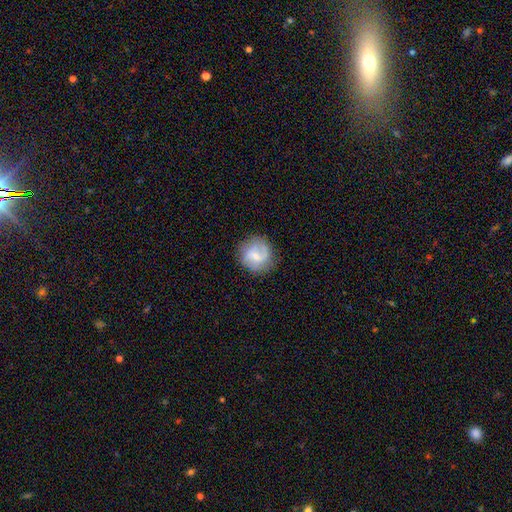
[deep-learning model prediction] Smooth or featured? featured or disk (49%)
Merging? none (75%)